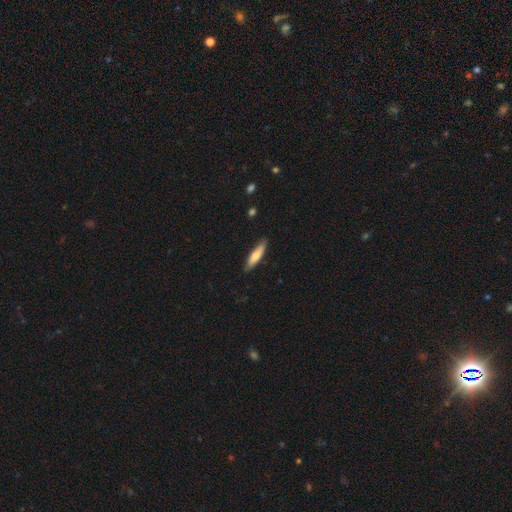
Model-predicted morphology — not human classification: type=smooth (67%); roundness=cigar-shaped (76%); merging=none (86%).